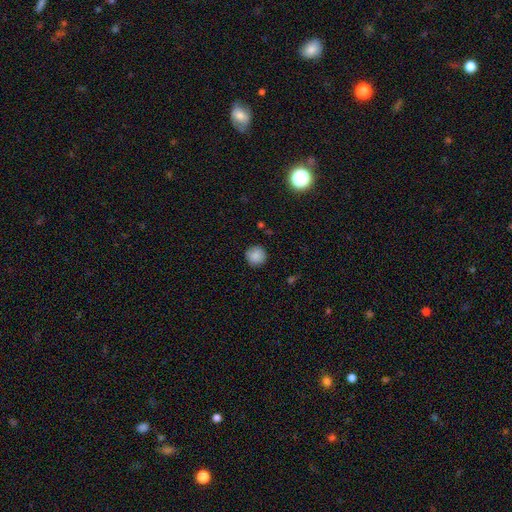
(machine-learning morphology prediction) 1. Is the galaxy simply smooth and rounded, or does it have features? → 87% smooth, 9% star or artifact, 4% featured or disk.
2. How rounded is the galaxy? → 94% round, 5% in between, 1% cigar-shaped.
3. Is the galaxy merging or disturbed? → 88% none, 9% minor disturbance, 2% major disturbance, 1% merger.